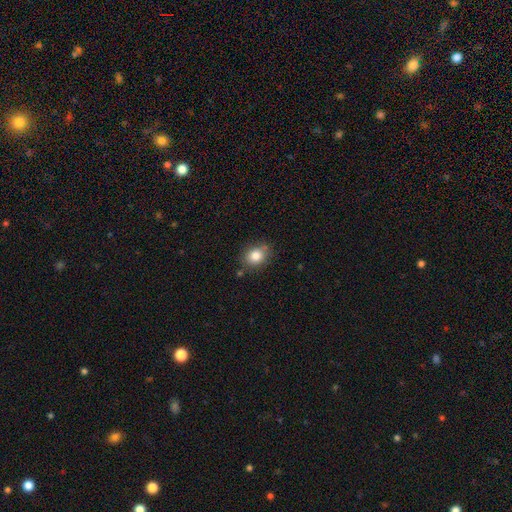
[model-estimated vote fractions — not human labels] A smooth galaxy with no disk features (82%) that is round (54%).

Vote fractions:
- Smooth or featured? smooth: 82% / star or artifact: 10% / featured or disk: 8%
- How rounded? round: 54% / in between: 45% / cigar-shaped: 1%
- Merging? none: 76% / minor disturbance: 16% / merger: 5% / major disturbance: 4%